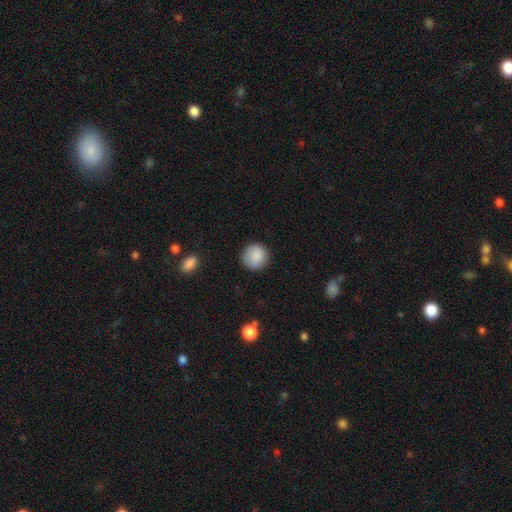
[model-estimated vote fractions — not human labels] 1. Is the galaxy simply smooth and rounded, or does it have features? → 88% smooth, 7% star or artifact, 5% featured or disk.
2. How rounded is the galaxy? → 93% round, 6% in between, 1% cigar-shaped.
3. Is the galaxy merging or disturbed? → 88% none, 9% minor disturbance, 2% major disturbance, 1% merger.